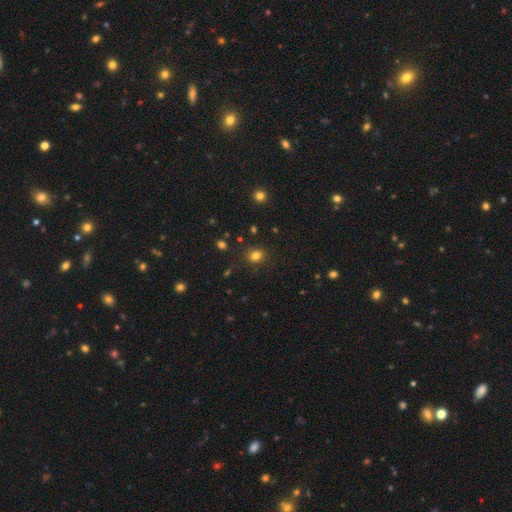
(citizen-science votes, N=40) smooth 85%, featured or disk 8%, star or artifact 8%. Down the decision tree: how rounded — round (50%, tied with in between); merging — none (84%).